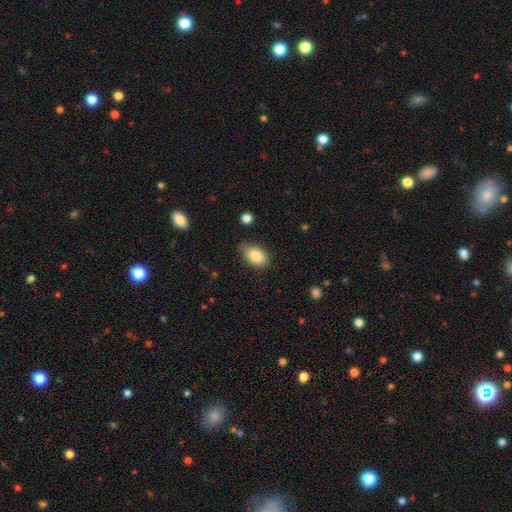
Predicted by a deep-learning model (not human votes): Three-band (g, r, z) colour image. It shows a smooth galaxy with no disk features (85%) that is in between round and cigar-shaped (87%). Merging: none (74%).